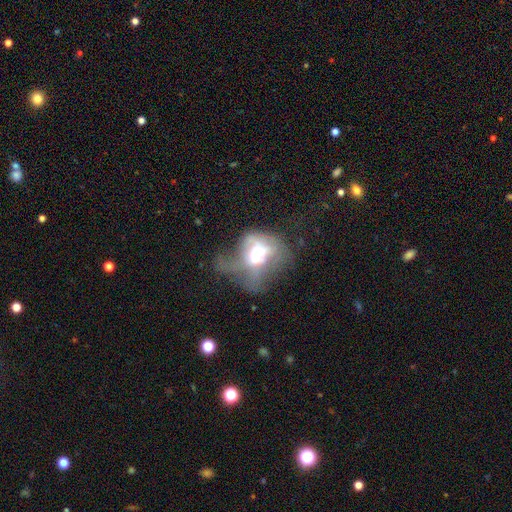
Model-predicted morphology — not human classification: Smooth or featured?
  - featured or disk: 49% *
  - smooth: 39%
  - star or artifact: 13%
Merging?
  - merger: 42% *
  - major disturbance: 37%
  - none: 12%
  - minor disturbance: 10%